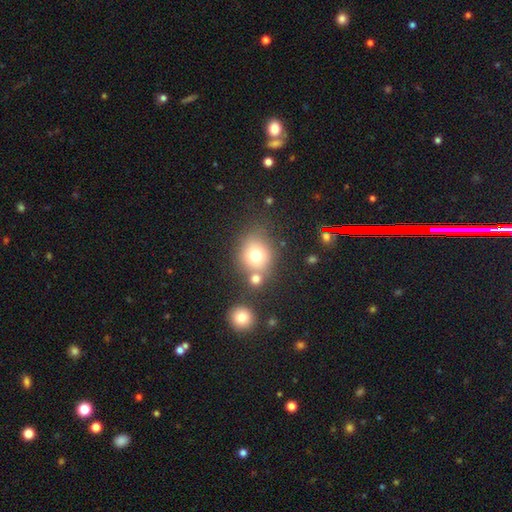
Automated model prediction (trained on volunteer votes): smooth_or_featured: smooth (p=0.73) [alt: star or artifact p=0.14]
how_rounded: round (p=0.76) [alt: in between p=0.23]
merging: none (p=0.58) [alt: merger p=0.25]